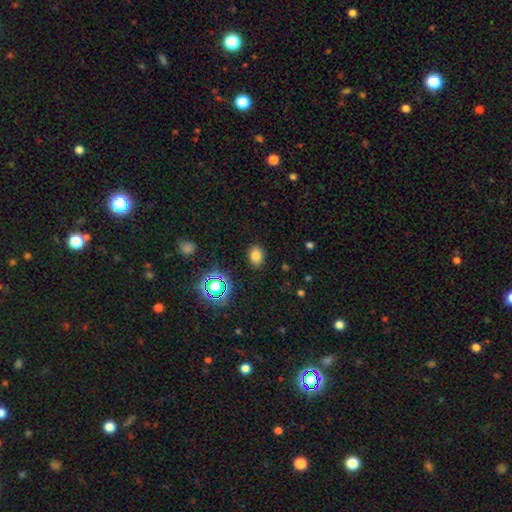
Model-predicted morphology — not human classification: A smooth galaxy with no disk features (77%) that is in between round and cigar-shaped (66%).

Vote fractions:
- Smooth or featured? smooth: 77% / star or artifact: 16% / featured or disk: 7%
- How rounded? in between: 66% / round: 33% / cigar-shaped: 1%
- Merging? none: 87% / minor disturbance: 9% / major disturbance: 3% / merger: 1%